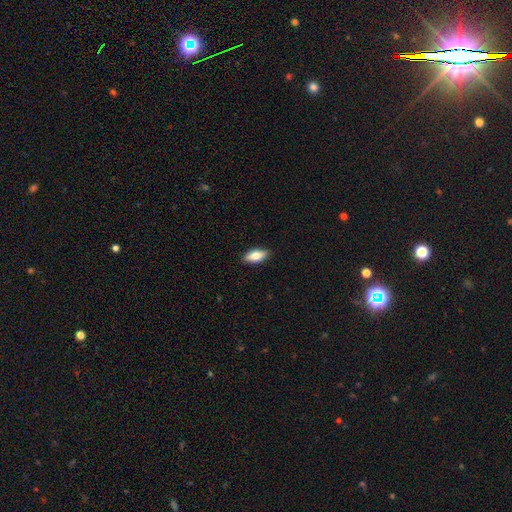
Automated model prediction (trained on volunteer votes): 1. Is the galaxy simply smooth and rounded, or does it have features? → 75% smooth, 19% featured or disk, 6% star or artifact.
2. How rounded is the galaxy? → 81% in between, 16% cigar-shaped, 3% round.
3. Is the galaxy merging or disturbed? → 89% none, 9% minor disturbance, 2% major disturbance, 1% merger.